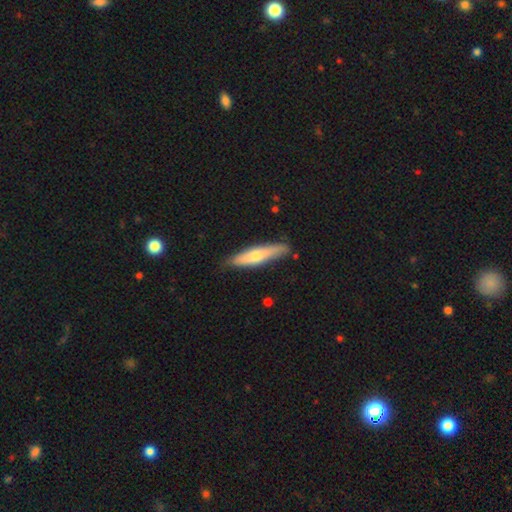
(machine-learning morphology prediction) This appears to be a smooth galaxy with no disk features (55%) that is cigar-shaped (83%). Merging: none (83%).